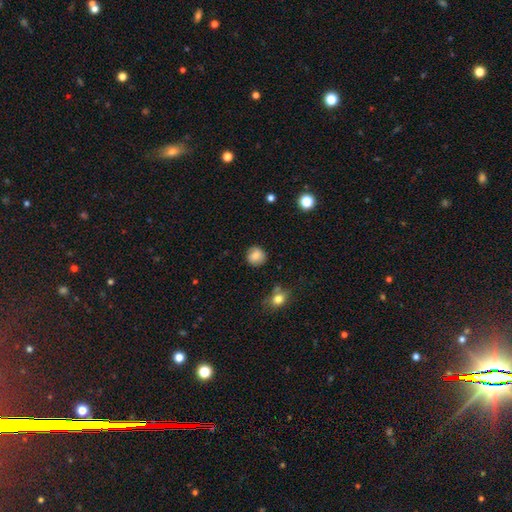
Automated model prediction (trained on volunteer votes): A smooth galaxy with no disk features (80%) that is round (89%).

Vote fractions:
- Smooth or featured? smooth: 80% / featured or disk: 11% / star or artifact: 9%
- How rounded? round: 89% / in between: 10% / cigar-shaped: 1%
- Merging? none: 84% / minor disturbance: 11% / major disturbance: 3% / merger: 2%